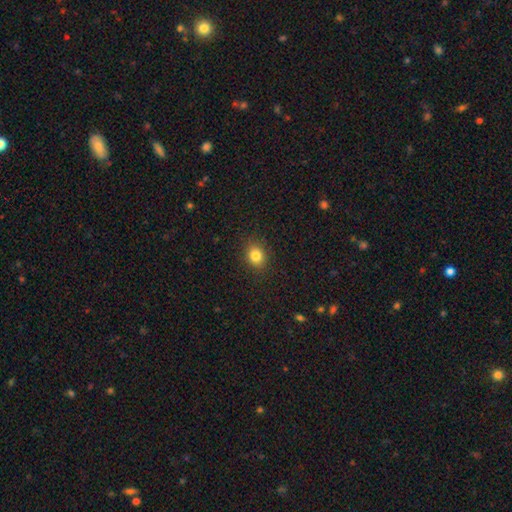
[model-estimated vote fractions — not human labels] The model was most divided on "how rounded": round: 60%, in between: 39%, cigar-shaped: 1%. More confident: merging — none (89%); smooth or featured — smooth (83%).